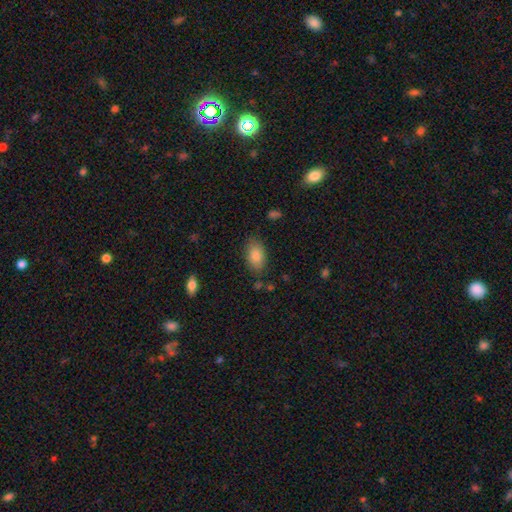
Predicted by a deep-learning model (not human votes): Smooth or featured? Predicted: smooth (p=0.84). How rounded? Predicted: in between (p=0.91). Merging? Predicted: none (p=0.81).